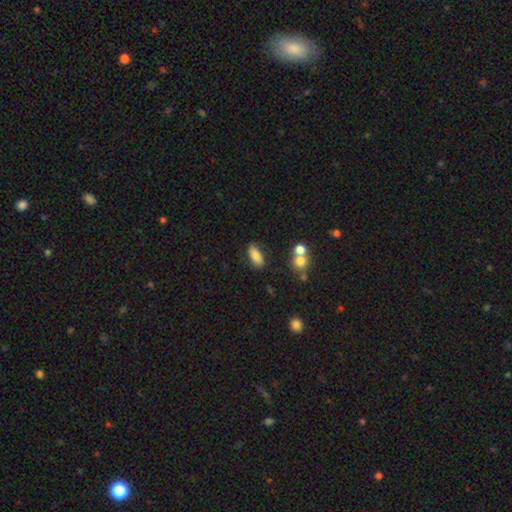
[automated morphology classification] Smooth or featured: smooth — 84% (star or artifact — 9%)
How rounded: in between — 82% (cigar-shaped — 15%)
Merging: none — 79% (minor disturbance — 12%)